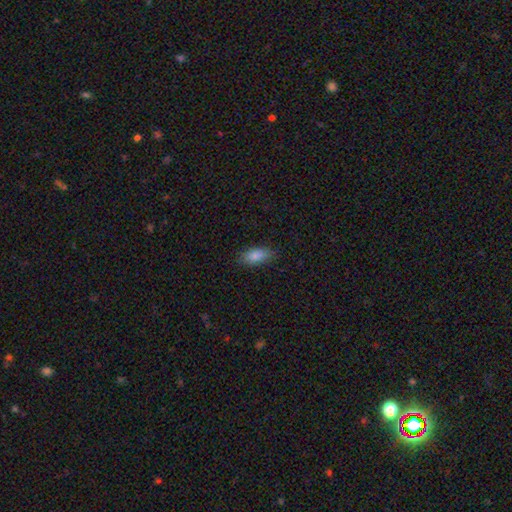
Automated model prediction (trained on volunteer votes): Overall: smooth (85%). How rounded: in between (85%). Merging: none (83%).